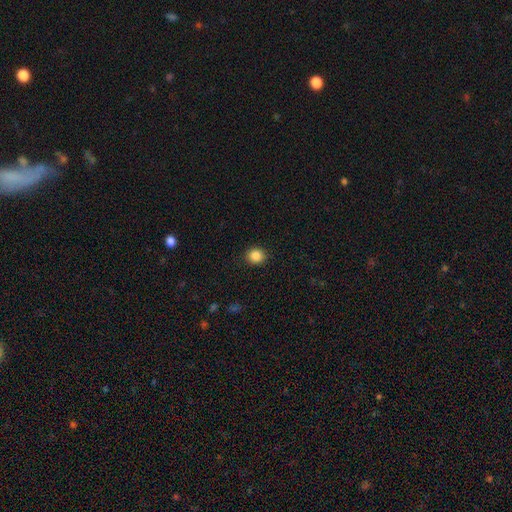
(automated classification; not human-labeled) Overall: smooth (86%). How rounded: round (83%). Merging: none (90%).